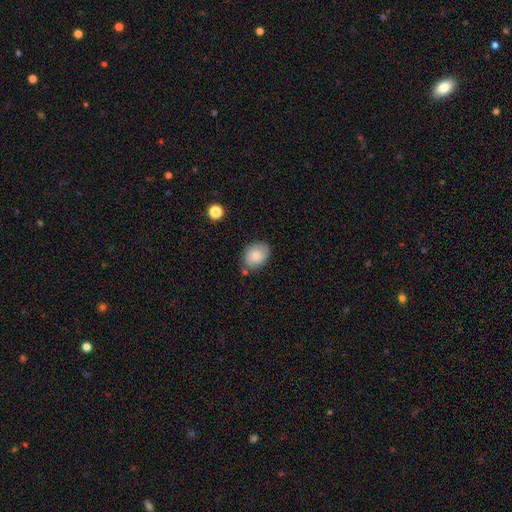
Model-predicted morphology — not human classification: smooth 77%, featured or disk 15%, star or artifact 8%. Down the decision tree: how rounded — in between (62%); merging — none (69%).